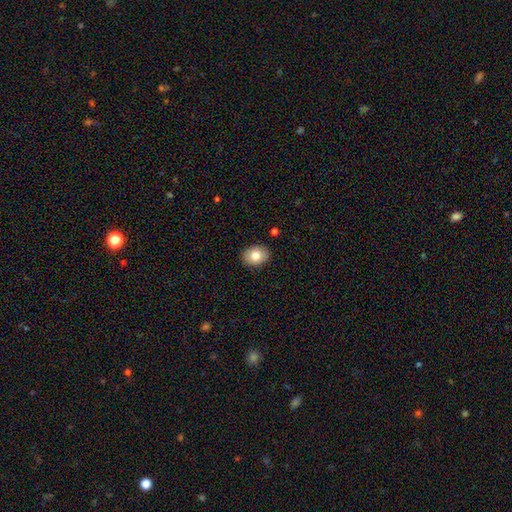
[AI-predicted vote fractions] Smooth or featured?
  - smooth: 80% *
  - featured or disk: 12%
  - star or artifact: 8%
How rounded?
  - in between: 60% *
  - round: 39%
  - cigar-shaped: 1%
Merging?
  - none: 89% *
  - minor disturbance: 8%
  - major disturbance: 2%
  - merger: 1%